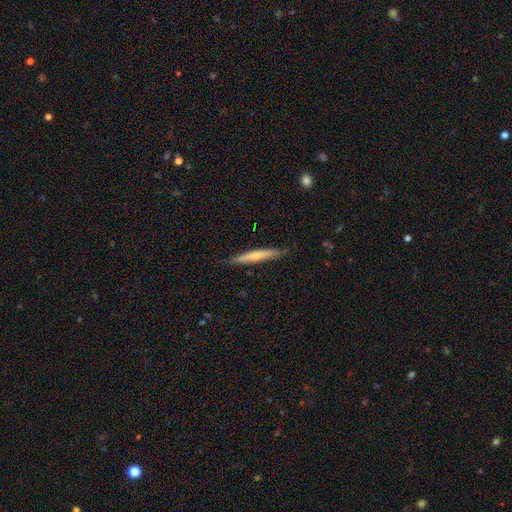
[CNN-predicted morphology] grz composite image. It shows a smooth galaxy with no disk features (51%) that is cigar-shaped (95%). Merging: none (88%).